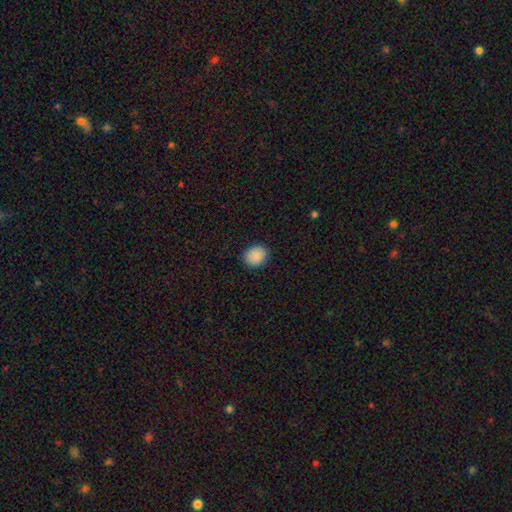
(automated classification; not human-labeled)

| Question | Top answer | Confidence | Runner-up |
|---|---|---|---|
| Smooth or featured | smooth | 89% | star or artifact (8%) |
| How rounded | round | 70% | in between (29%) |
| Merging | none | 90% | minor disturbance (7%) |